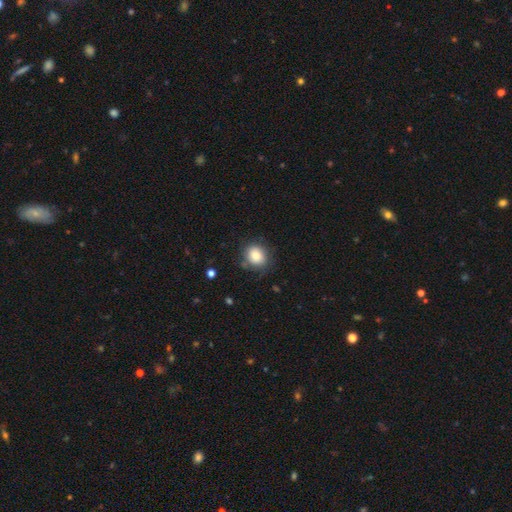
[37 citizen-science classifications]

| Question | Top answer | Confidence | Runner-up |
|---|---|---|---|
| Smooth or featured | smooth | 84% | featured or disk (11%) |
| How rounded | round | 58% | in between (42%) |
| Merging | none | 80% | minor disturbance (14%) |